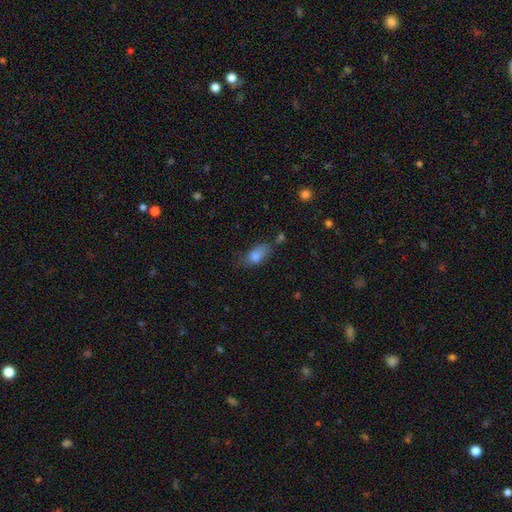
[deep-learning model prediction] Smooth or featured? Predicted: smooth (p=0.77). How rounded? Predicted: in between (p=0.82). Merging? Predicted: none (p=0.51).